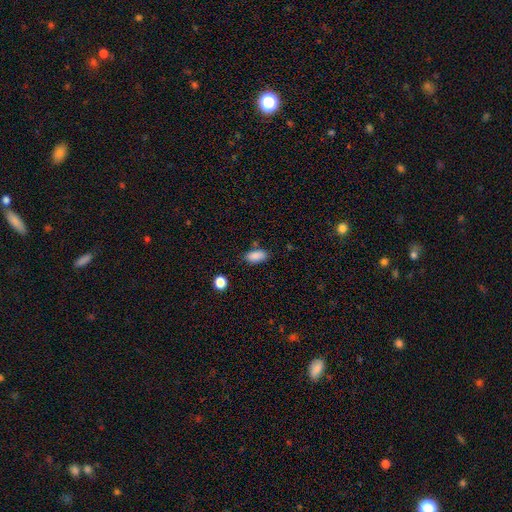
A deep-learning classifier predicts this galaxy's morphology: Smooth or featured?
  - smooth: 88% *
  - star or artifact: 8%
  - featured or disk: 4%
How rounded?
  - in between: 91% *
  - cigar-shaped: 5%
  - round: 4%
Merging?
  - none: 78% *
  - minor disturbance: 14%
  - merger: 4%
  - major disturbance: 4%